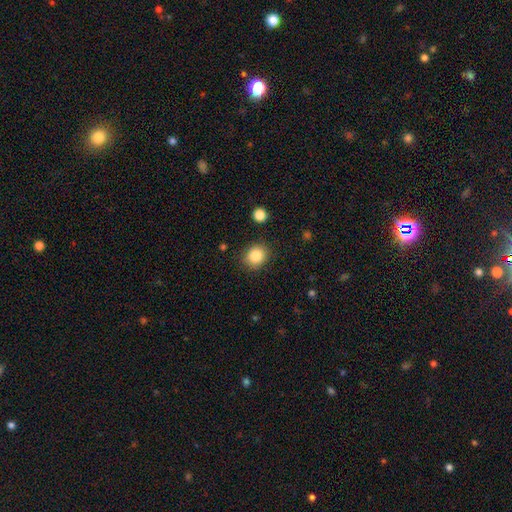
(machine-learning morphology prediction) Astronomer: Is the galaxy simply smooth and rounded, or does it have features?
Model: smooth — 85%.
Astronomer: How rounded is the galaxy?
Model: round — 76%.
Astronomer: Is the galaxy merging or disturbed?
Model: none — 87%.